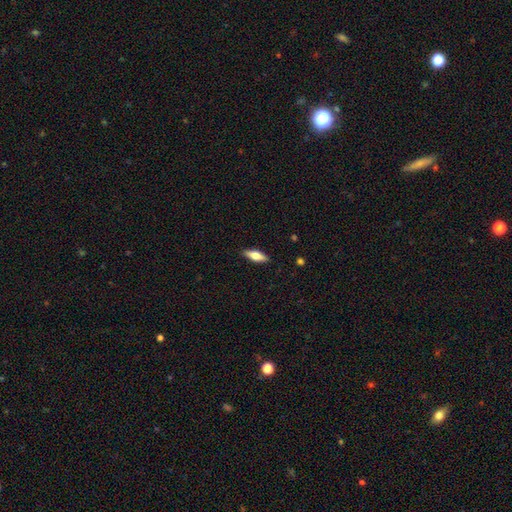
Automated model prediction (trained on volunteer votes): The model was most divided on "how rounded": in between: 55%, cigar-shaped: 42%, round: 3%. More confident: merging — none (89%); smooth or featured — smooth (55%).